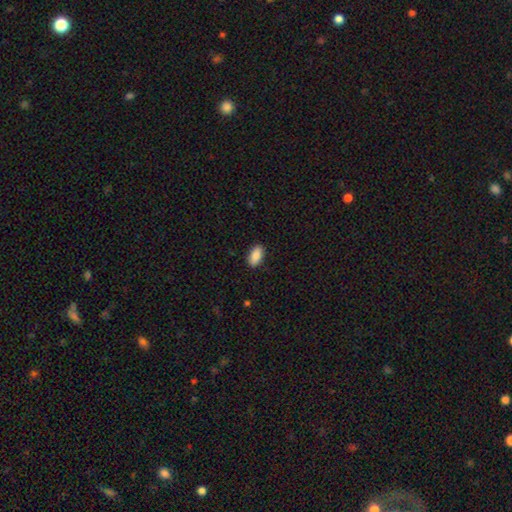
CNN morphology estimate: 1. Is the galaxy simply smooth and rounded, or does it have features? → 89% smooth, 7% star or artifact, 4% featured or disk.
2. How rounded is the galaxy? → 93% in between, 4% cigar-shaped, 3% round.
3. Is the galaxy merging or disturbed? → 89% none, 8% minor disturbance, 2% major disturbance, 1% merger.